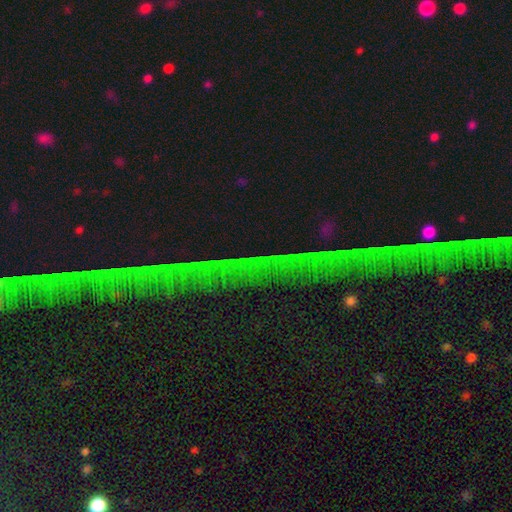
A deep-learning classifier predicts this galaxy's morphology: Q: Smooth or featured?
A: star or artifact (77%); runner-up: featured or disk (13%)